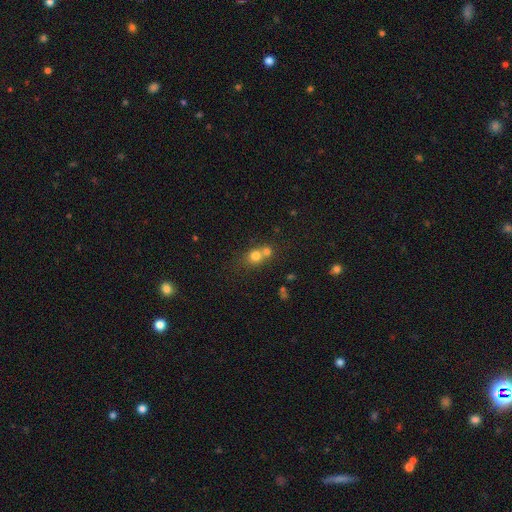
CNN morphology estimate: Overall: smooth (74%). How rounded: round (77%). Merging: merger (53%; none 37%).